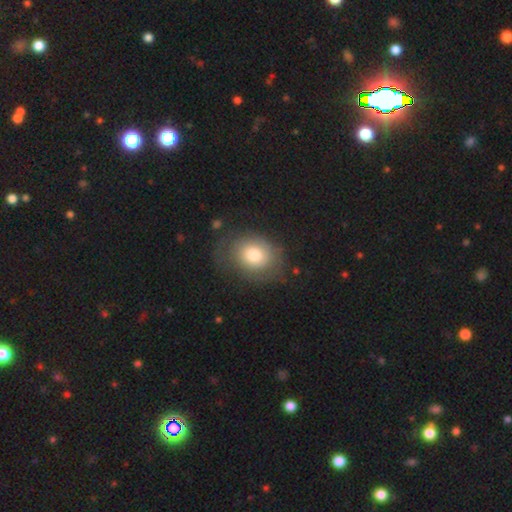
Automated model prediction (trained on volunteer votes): This appears to be a smooth galaxy with no disk features (69%) that is round (52%). Merging: none (64%).